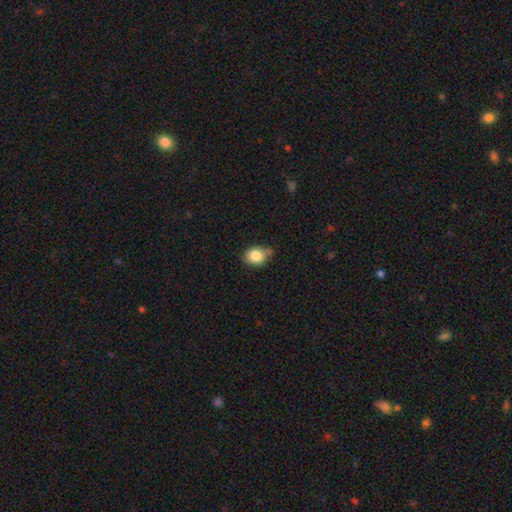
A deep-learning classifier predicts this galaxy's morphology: Smooth or featured?
  - smooth: 83% *
  - star or artifact: 9%
  - featured or disk: 8%
How rounded?
  - in between: 53% *
  - round: 46%
  - cigar-shaped: 1%
Merging?
  - none: 58% *
  - minor disturbance: 30%
  - merger: 6%
  - major disturbance: 5%